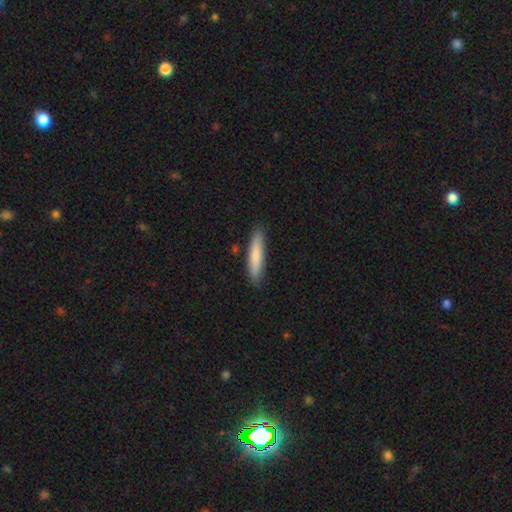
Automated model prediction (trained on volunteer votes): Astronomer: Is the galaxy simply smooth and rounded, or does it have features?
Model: smooth — 80%.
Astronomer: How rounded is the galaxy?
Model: cigar-shaped — 87%.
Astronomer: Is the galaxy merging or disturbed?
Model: none — 87%.